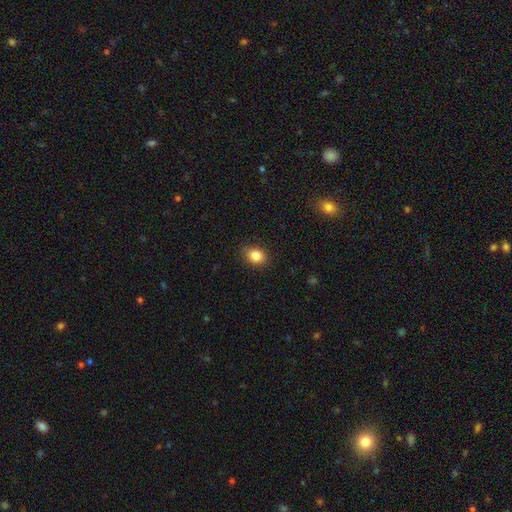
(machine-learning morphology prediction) Smooth or featured? Predicted: smooth (p=0.85). How rounded? Predicted: in between (p=0.56). Merging? Predicted: none (p=0.85).